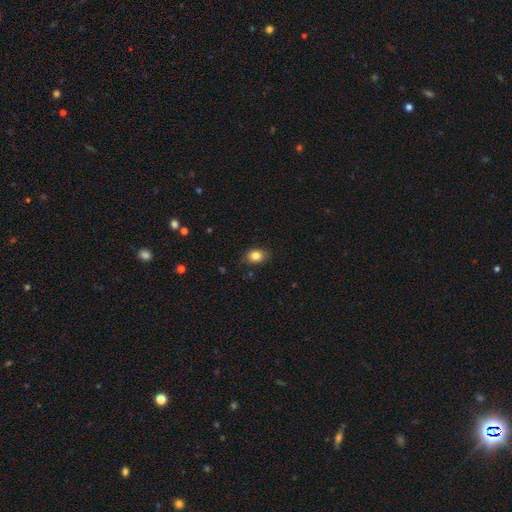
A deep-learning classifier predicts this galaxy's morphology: Q: Smooth or featured?
A: smooth (84%); runner-up: star or artifact (9%)
Q: How rounded?
A: in between (67%); runner-up: round (32%)
Q: Merging?
A: none (85%); runner-up: minor disturbance (12%)